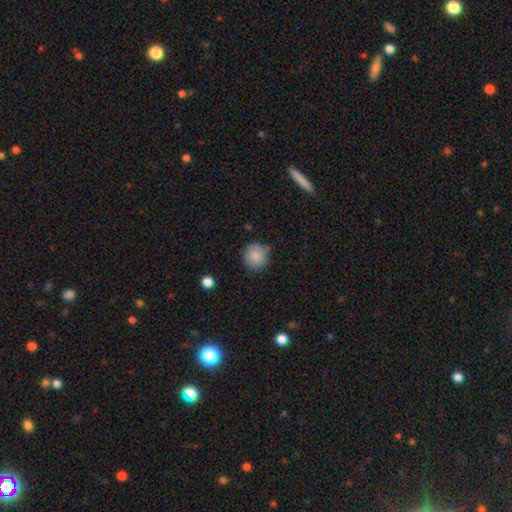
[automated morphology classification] Smooth or featured: smooth — 86% (star or artifact — 9%)
How rounded: round — 91% (in between — 8%)
Merging: none — 79% (minor disturbance — 14%)